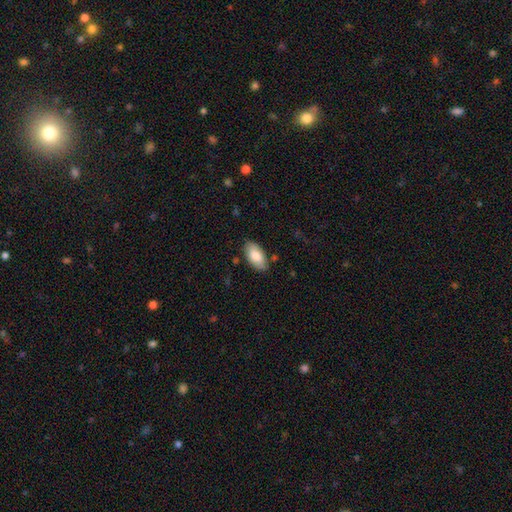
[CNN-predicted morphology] A smooth galaxy with no disk features (81%) that is in between round and cigar-shaped (94%). Merging: none (82%).